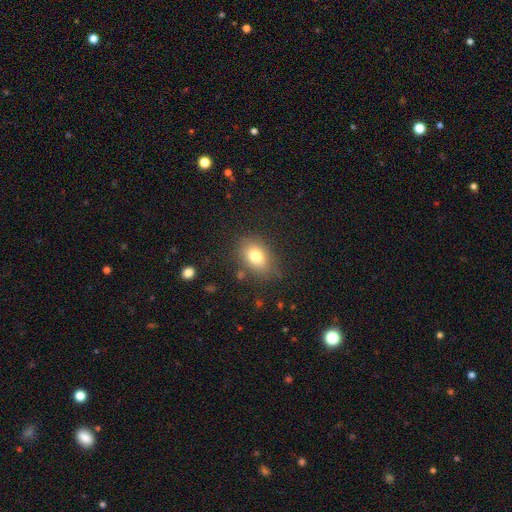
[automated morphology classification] type=smooth (77%); roundness=in between (76%); merging=none (77%).